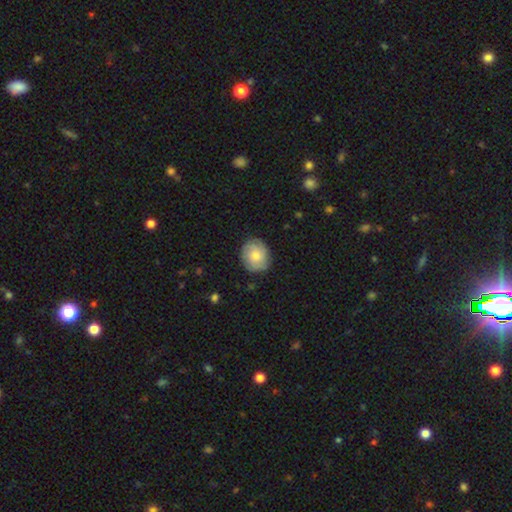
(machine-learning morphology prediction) Overall: smooth (49%; featured or disk 43%). Merging: none (82%).